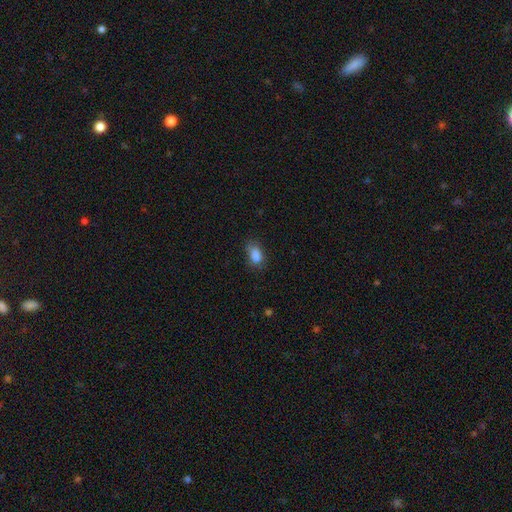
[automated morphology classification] Overall: smooth (83%). How rounded: in between (84%). Merging: none (57%; minor disturbance 30%).